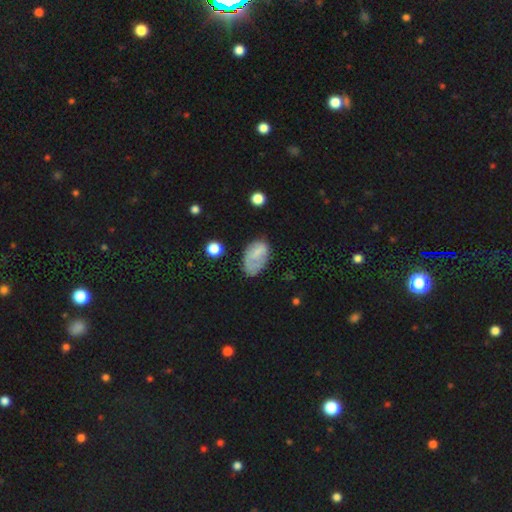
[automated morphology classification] This is likely a smooth galaxy (68%). How rounded: clearly in between (92%). Merging: possibly none (48%).